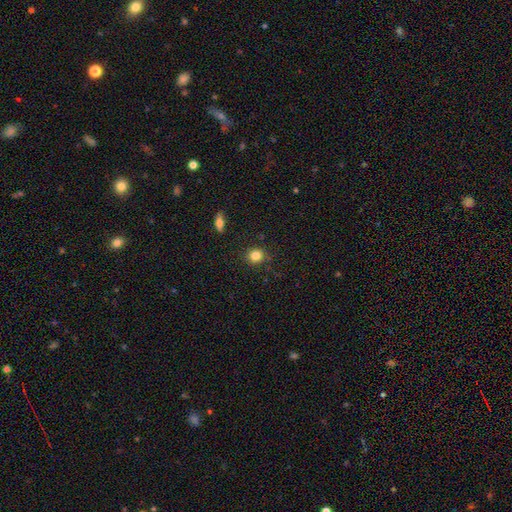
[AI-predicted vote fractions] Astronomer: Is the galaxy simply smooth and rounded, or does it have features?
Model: smooth — 83%.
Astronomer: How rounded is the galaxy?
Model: round — 84%.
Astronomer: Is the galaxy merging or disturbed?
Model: none — 88%.